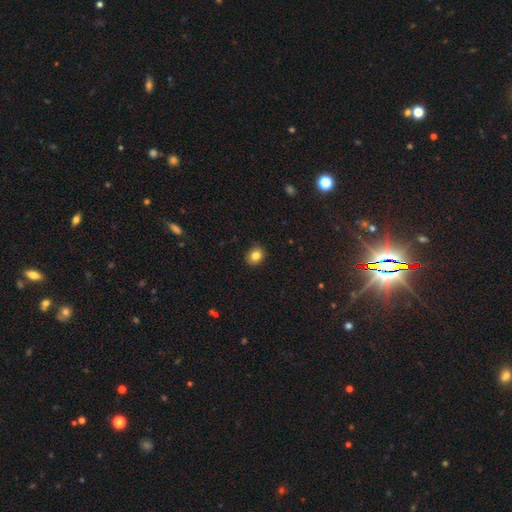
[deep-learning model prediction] Smooth or featured?
  - smooth: 82% *
  - star or artifact: 11%
  - featured or disk: 7%
How rounded?
  - round: 66% *
  - in between: 33%
  - cigar-shaped: 1%
Merging?
  - none: 86% *
  - minor disturbance: 11%
  - major disturbance: 2%
  - merger: 1%